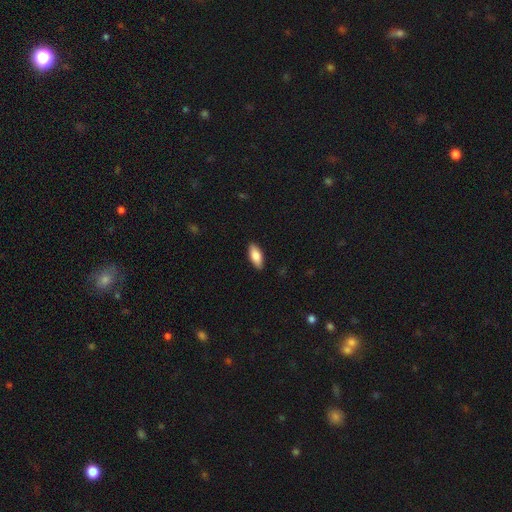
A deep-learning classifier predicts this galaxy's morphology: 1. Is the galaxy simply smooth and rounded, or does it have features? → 83% smooth, 11% featured or disk, 6% star or artifact.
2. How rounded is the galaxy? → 83% in between, 15% cigar-shaped, 2% round.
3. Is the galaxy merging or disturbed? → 90% none, 8% minor disturbance, 2% major disturbance, 1% merger.